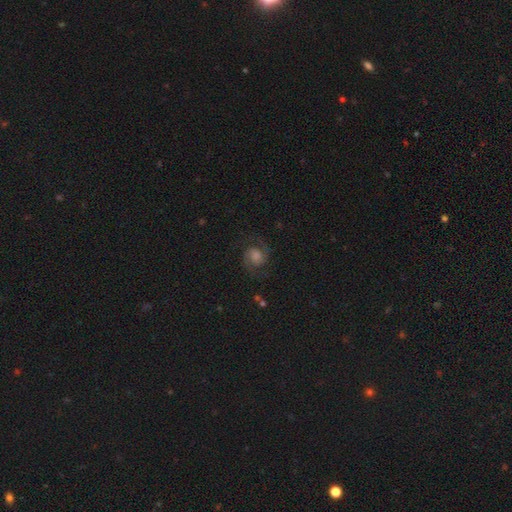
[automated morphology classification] Smooth or featured?
  - featured or disk: 79% *
  - star or artifact: 11%
  - smooth: 10%
Edge-on disk?
  - no: 98% *
  - yes: 2%
Bar?
  - no: 62% *
  - weak: 32%
  - strong: 6%
Spiral arms?
  - yes: 97% *
  - no: 3%
Spiral winding?
  - medium: 56% *
  - tight: 27%
  - loose: 17%
Spiral arm count?
  - 2: 92% *
  - can't tell: 3%
  - 3: 2%
  - 1: 1%
  - 4: 1%
  - more than 4: 1%
Bulge size?
  - moderate: 41% *
  - small: 27%
  - large: 18%
  - none: 11%
  - dominant: 3%
Merging?
  - none: 80% *
  - minor disturbance: 12%
  - major disturbance: 7%
  - merger: 1%